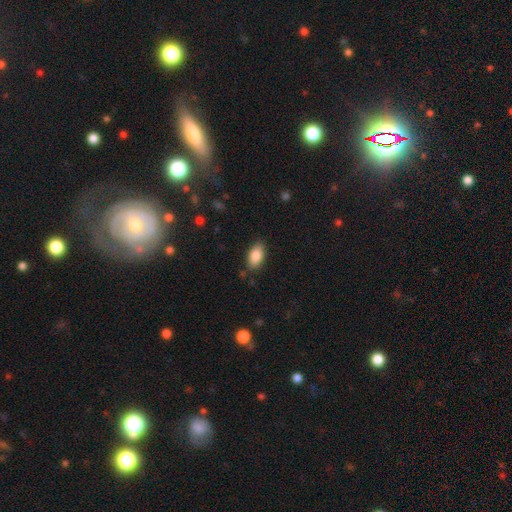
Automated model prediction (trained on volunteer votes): A smooth galaxy with no disk features (86%) that is in between round and cigar-shaped (92%).

Vote fractions:
- Smooth or featured? smooth: 86% / star or artifact: 7% / featured or disk: 7%
- How rounded? in between: 92% / round: 4% / cigar-shaped: 4%
- Merging? none: 83% / minor disturbance: 12% / major disturbance: 3% / merger: 2%